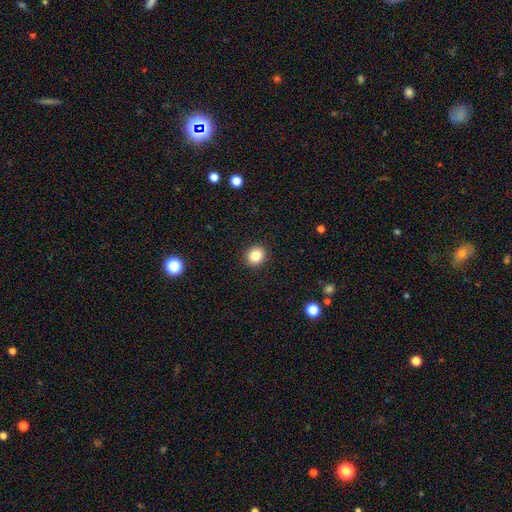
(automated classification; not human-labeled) Smooth or featured? Predicted: smooth (p=0.84). How rounded? Predicted: round (p=0.80). Merging? Predicted: none (p=0.92).